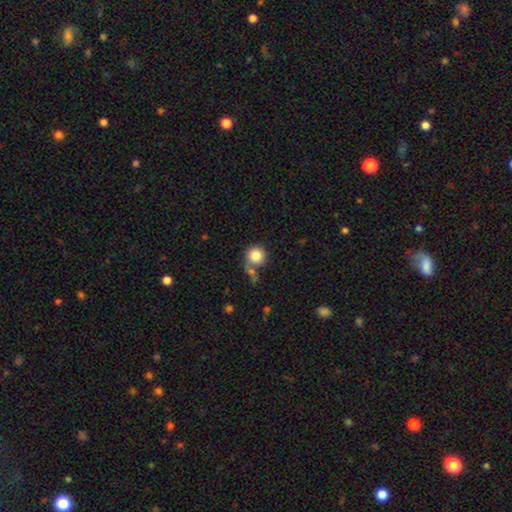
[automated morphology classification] This is clearly a smooth galaxy (83%). How rounded: clearly round (91%). Merging: possibly none (59%).